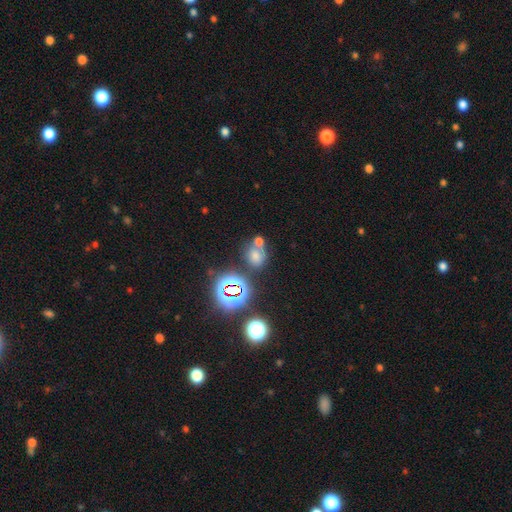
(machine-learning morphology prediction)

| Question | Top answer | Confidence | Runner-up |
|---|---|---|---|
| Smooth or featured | smooth | 59% | star or artifact (28%) |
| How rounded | round | 56% | in between (42%) |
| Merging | none | 45% | merger (38%) |